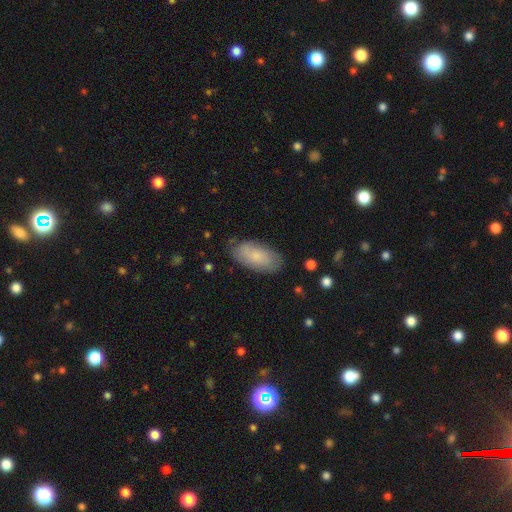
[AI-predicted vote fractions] A smooth galaxy with no disk features (78%) that is in between round and cigar-shaped (91%).

Vote fractions:
- Smooth or featured? smooth: 78% / featured or disk: 15% / star or artifact: 6%
- How rounded? in between: 91% / cigar-shaped: 7% / round: 2%
- Merging? none: 79% / minor disturbance: 17% / major disturbance: 3% / merger: 1%